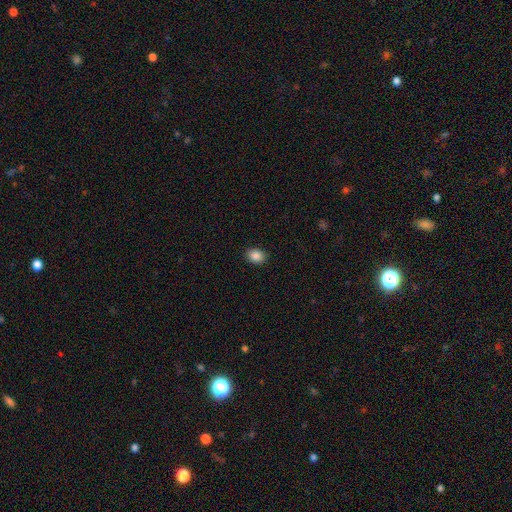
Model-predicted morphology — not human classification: Smooth or featured: smooth — 88% (star or artifact — 9%)
How rounded: in between — 61% (round — 38%)
Merging: none — 90% (minor disturbance — 7%)